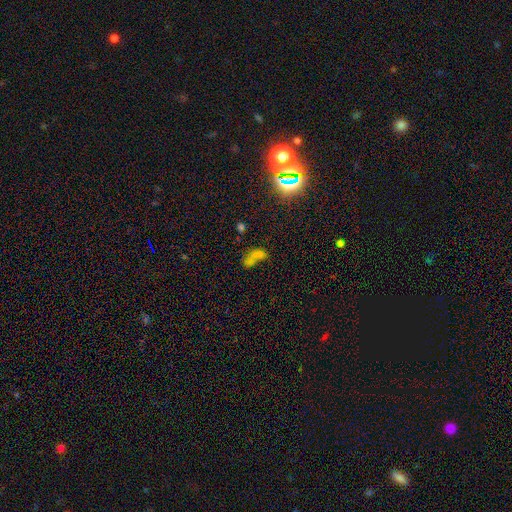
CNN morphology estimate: A star or artifact, not a galaxy (45%).